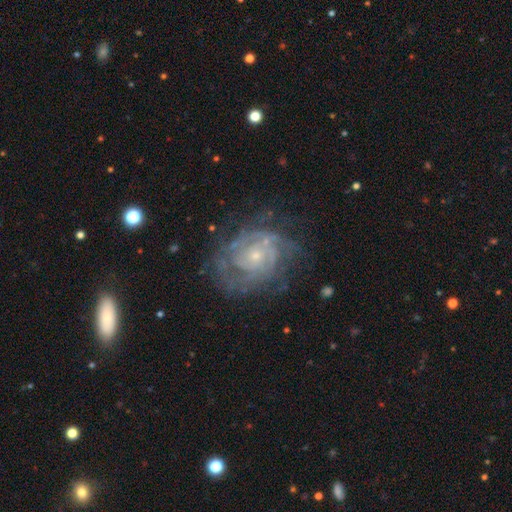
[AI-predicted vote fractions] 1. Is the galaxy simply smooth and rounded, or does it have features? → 82% featured or disk, 10% smooth, 8% star or artifact.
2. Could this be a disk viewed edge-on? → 97% no, 3% yes.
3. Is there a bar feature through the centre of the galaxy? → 77% no, 20% weak, 4% strong.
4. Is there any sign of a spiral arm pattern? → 90% yes, 10% no.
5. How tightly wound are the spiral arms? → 66% tight, 26% medium, 7% loose.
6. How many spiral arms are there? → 44% can't tell, 20% 2, 14% 3, 11% 4, 6% more than 4, 5% 1.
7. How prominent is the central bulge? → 72% small, 23% moderate, 3% none, 2% large, 1% dominant.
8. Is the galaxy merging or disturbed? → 68% none, 19% minor disturbance, 12% major disturbance, 2% merger.